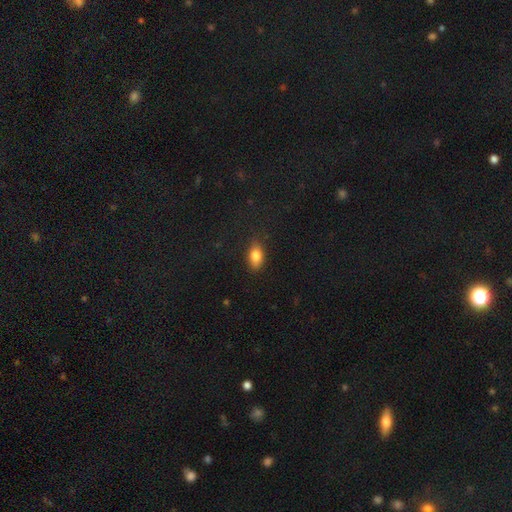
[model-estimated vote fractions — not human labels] smooth 83%, featured or disk 9%, star or artifact 9%. Down the decision tree: how rounded — in between (86%); merging — none (83%).